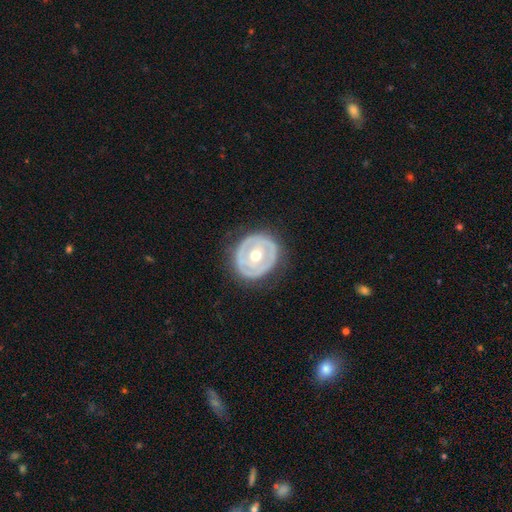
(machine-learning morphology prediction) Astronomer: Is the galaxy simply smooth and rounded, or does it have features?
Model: featured or disk — 65%.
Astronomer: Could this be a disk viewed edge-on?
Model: no — 95%.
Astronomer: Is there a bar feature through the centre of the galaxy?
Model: no — 69%.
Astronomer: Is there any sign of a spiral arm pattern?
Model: no — 77%.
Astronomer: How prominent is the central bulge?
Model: moderate — 79%.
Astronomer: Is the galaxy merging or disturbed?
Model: none — 78%.